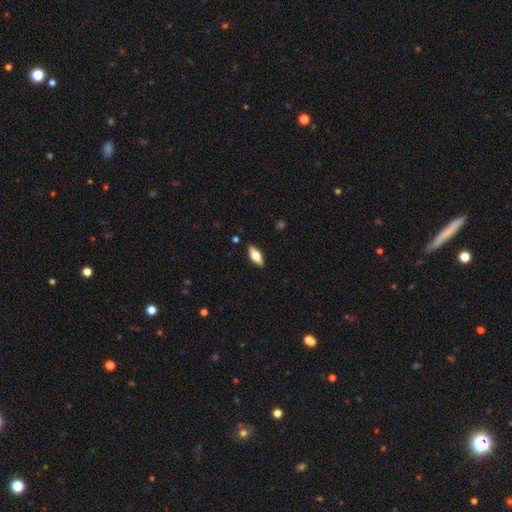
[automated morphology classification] Q: Smooth or featured?
A: smooth (58%); runner-up: featured or disk (36%)
Q: How rounded?
A: in between (75%); runner-up: cigar-shaped (22%)
Q: Merging?
A: none (89%); runner-up: minor disturbance (8%)